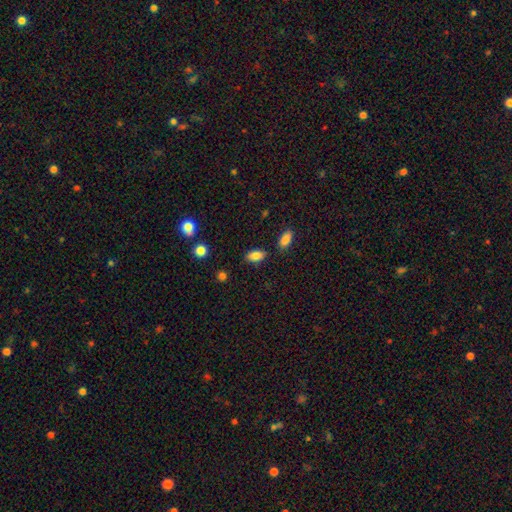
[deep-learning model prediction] A smooth galaxy with no disk features (84%) that is in between round and cigar-shaped (91%).

Vote fractions:
- Smooth or featured? smooth: 84% / star or artifact: 8% / featured or disk: 8%
- How rounded? in between: 91% / cigar-shaped: 5% / round: 4%
- Merging? none: 83% / minor disturbance: 11% / merger: 4% / major disturbance: 3%